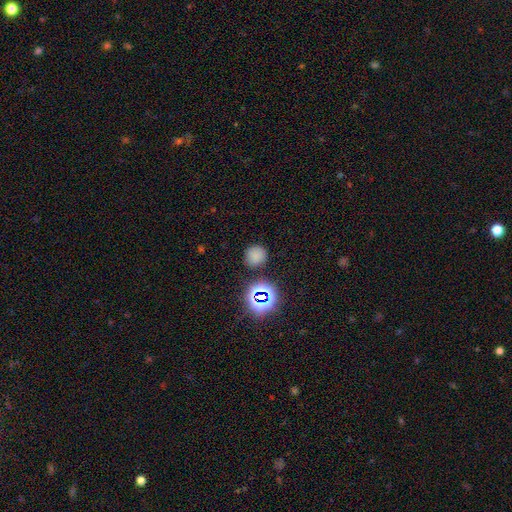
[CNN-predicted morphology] smooth_or_featured: smooth (p=0.71) [alt: star or artifact p=0.23]
how_rounded: round (p=0.90) [alt: in between p=0.09]
merging: none (p=0.84) [alt: minor disturbance p=0.09]